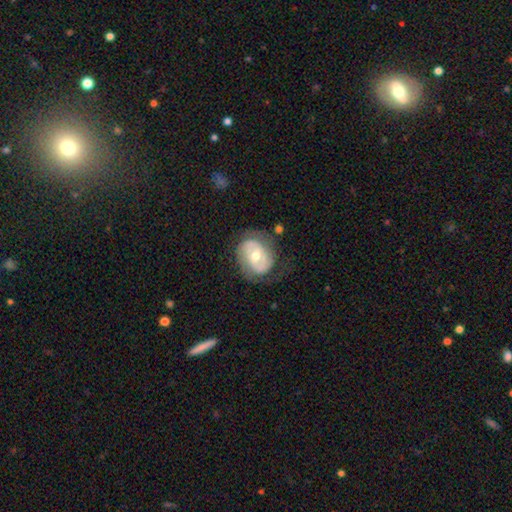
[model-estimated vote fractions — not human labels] Smooth or featured: featured or disk — 71% (smooth — 24%)
Edge-on disk: no — 97% (yes — 3%)
Bar: weak — 43% (no — 38%)
Spiral arms: yes — 76% (no — 24%)
Spiral winding: tight — 47% (medium — 36%)
Spiral arm count: 2 — 64% (can't tell — 22%)
Bulge size: moderate — 69% (small — 25%)
Merging: none — 63% (minor disturbance — 22%)